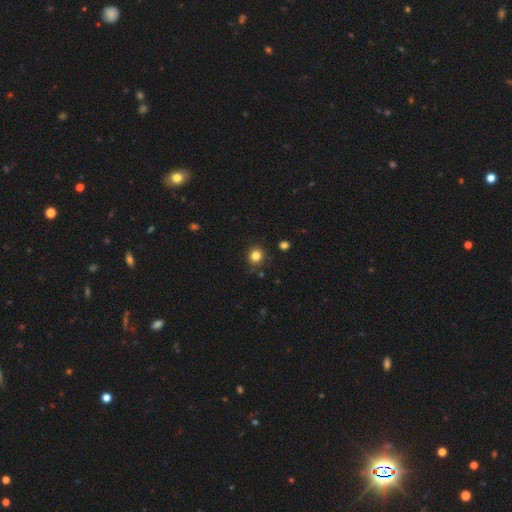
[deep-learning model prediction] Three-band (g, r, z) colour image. It shows a smooth galaxy with no disk features (82%) that is round (89%). Merging: none (87%).